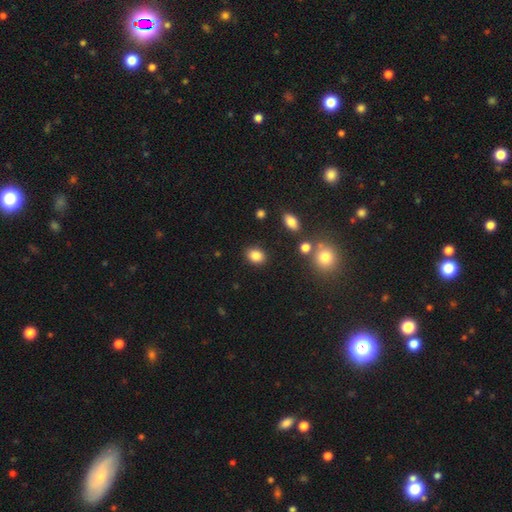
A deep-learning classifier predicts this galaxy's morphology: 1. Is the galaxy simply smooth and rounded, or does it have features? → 84% smooth, 10% star or artifact, 5% featured or disk.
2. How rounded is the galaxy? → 63% in between, 35% round, 1% cigar-shaped.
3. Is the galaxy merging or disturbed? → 86% none, 9% minor disturbance, 3% major disturbance, 3% merger.